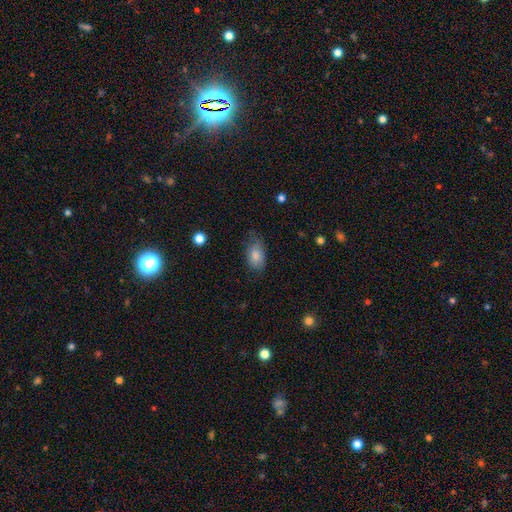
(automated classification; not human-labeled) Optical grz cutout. It shows a smooth galaxy with no disk features (83%) that is in between round and cigar-shaped (90%). Merging: none (60%).